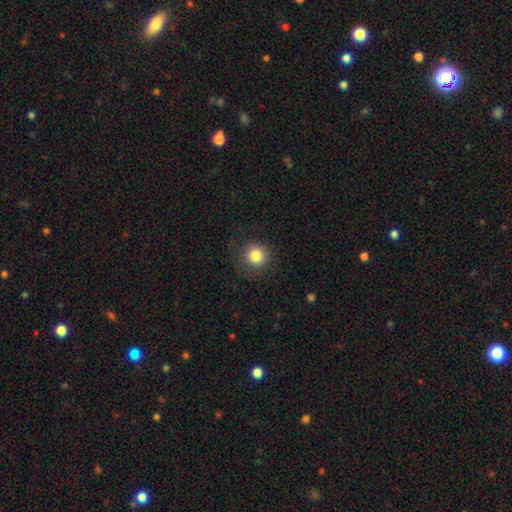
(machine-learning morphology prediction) This appears to be a smooth galaxy with no disk features (83%) that is round (93%). Merging: none (82%).